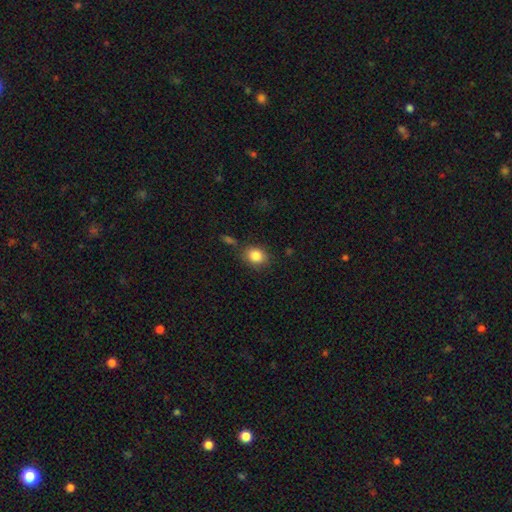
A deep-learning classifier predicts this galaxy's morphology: A smooth galaxy with no disk features (85%) that is round (55%).

Vote fractions:
- Smooth or featured? smooth: 85% / star or artifact: 9% / featured or disk: 6%
- How rounded? round: 55% / in between: 44% / cigar-shaped: 1%
- Merging? none: 79% / minor disturbance: 13% / merger: 4% / major disturbance: 4%